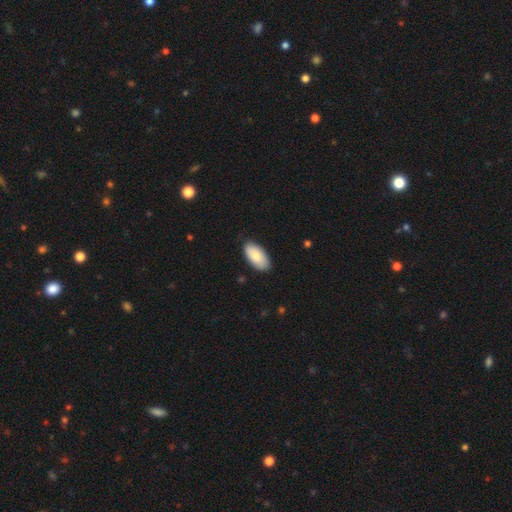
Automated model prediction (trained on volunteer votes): Smooth or featured? smooth (81%)
How rounded? in between (95%)
Merging? none (86%)